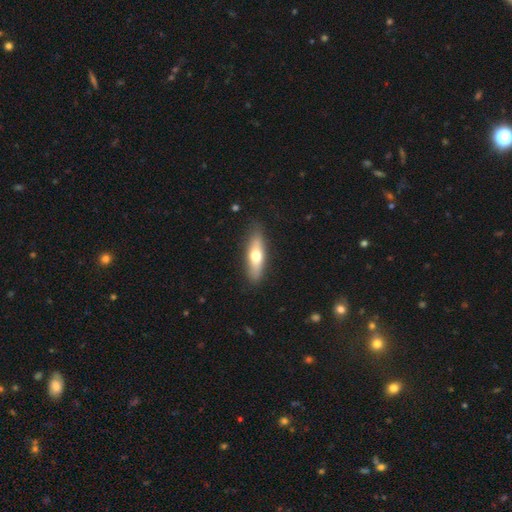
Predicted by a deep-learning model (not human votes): Smooth or featured? Predicted: smooth (p=0.59). How rounded? Predicted: cigar-shaped (p=0.57). Merging? Predicted: none (p=0.85).